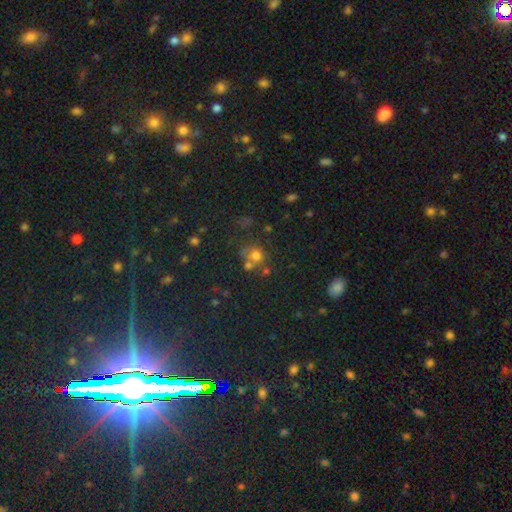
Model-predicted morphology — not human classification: A smooth galaxy with no disk features (62%) that is round (78%).

Vote fractions:
- Smooth or featured? smooth: 62% / star or artifact: 23% / featured or disk: 15%
- How rounded? round: 78% / in between: 21% / cigar-shaped: 1%
- Merging? none: 47% / merger: 30% / minor disturbance: 14% / major disturbance: 9%